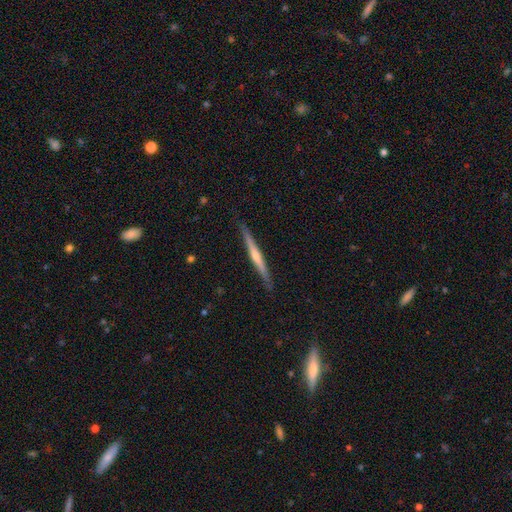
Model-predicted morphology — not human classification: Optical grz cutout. It shows a featured or disk galaxy (72%) viewed edge-on (98%) with a rounded central bulge (72%). Merging: none (89%).